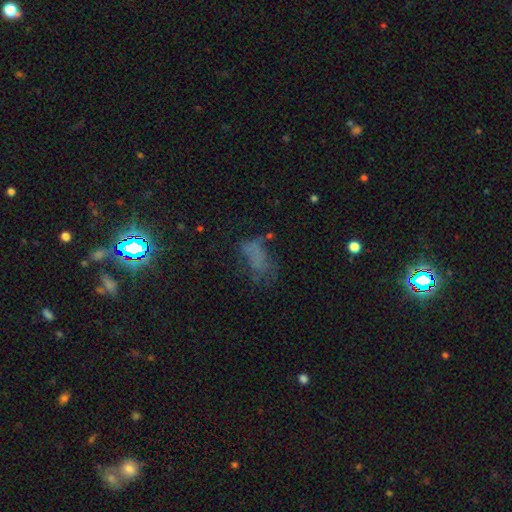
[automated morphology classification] smooth-or-featured: smooth: 42% | star or artifact: 31% | featured or disk: 27%
  merging: none: 41% | major disturbance: 30% | minor disturbance: 23% | merger: 6%